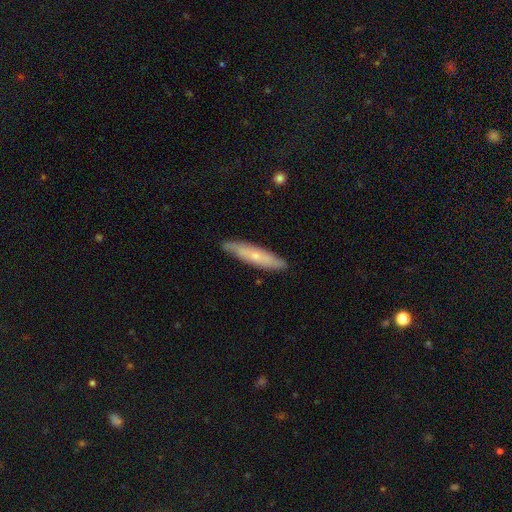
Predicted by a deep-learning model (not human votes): Smooth or featured? smooth (54%)
How rounded? cigar-shaped (87%)
Merging? none (85%)